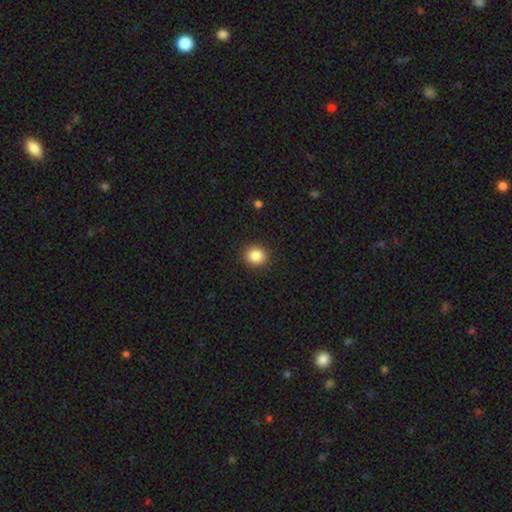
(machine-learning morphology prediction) smooth-or-featured: smooth: 86% | star or artifact: 10% | featured or disk: 4%
  how-rounded: round: 79% | in between: 20% | cigar-shaped: 1%
  merging: none: 90% | minor disturbance: 6% | major disturbance: 2% | merger: 1%